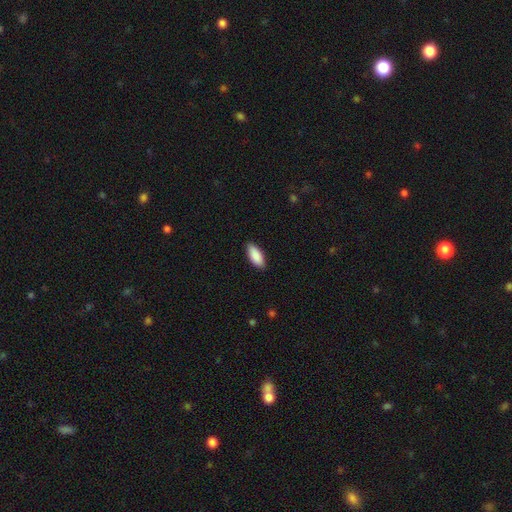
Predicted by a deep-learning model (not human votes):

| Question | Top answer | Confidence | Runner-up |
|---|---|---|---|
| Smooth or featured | smooth | 90% | star or artifact (5%) |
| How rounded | in between | 82% | cigar-shaped (16%) |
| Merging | none | 89% | minor disturbance (9%) |